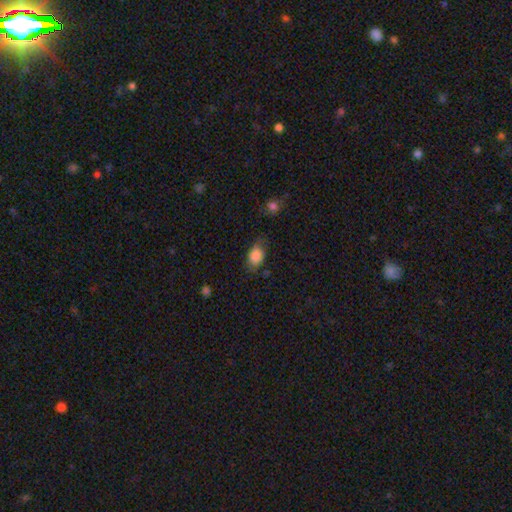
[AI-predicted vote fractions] This is clearly a smooth galaxy (83%). How rounded: likely in between (80%). Merging: likely none (62%).